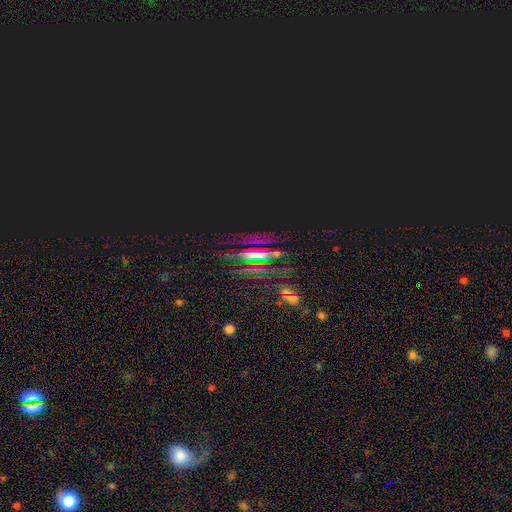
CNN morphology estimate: This is possibly a featured or disk galaxy (45%). Merging: likely none (72%).